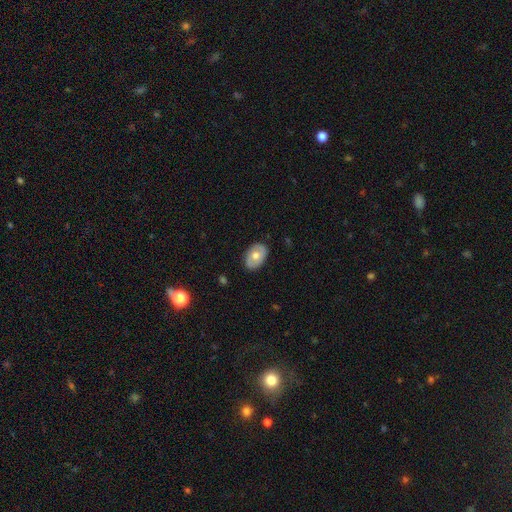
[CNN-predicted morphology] The model was most divided on "smooth or featured": smooth: 61%, featured or disk: 33%, star or artifact: 6%. More confident: how rounded — in between (85%); merging — none (85%).